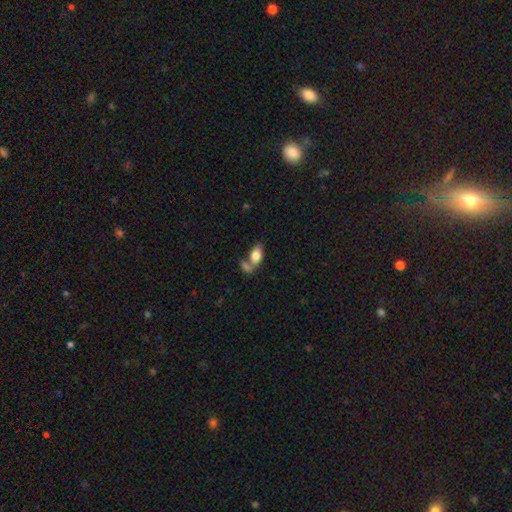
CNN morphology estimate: This appears to be a smooth galaxy with no disk features (77%) that is in between round and cigar-shaped (88%). Merging: merger (44%).